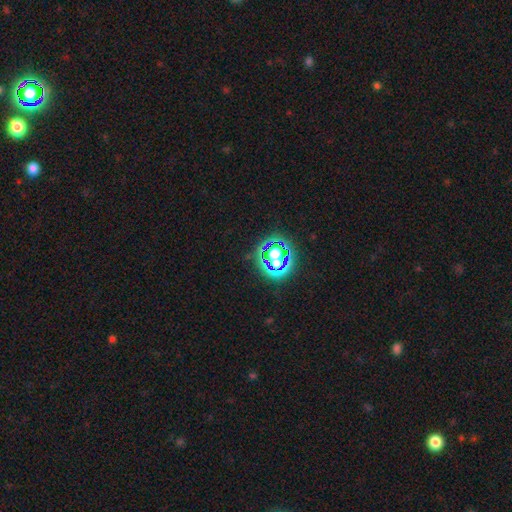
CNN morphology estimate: A star or artifact, not a galaxy (78%).